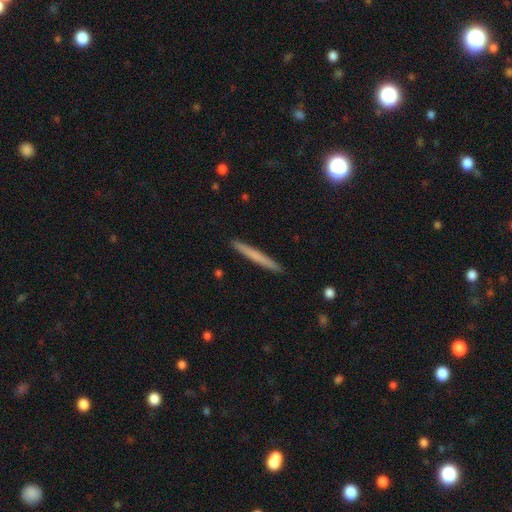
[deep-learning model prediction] smooth 62%, featured or disk 32%, star or artifact 6%. Down the decision tree: how rounded — cigar-shaped (97%); merging — none (92%).